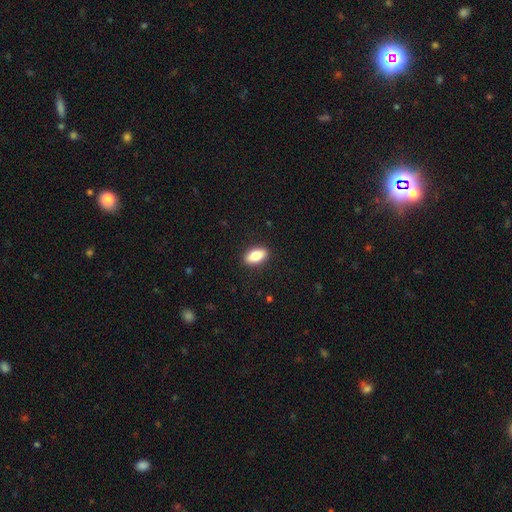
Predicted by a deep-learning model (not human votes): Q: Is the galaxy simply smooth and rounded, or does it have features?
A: smooth — 80%.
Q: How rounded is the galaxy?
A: in between — 87%.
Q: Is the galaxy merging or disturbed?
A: none — 89%.